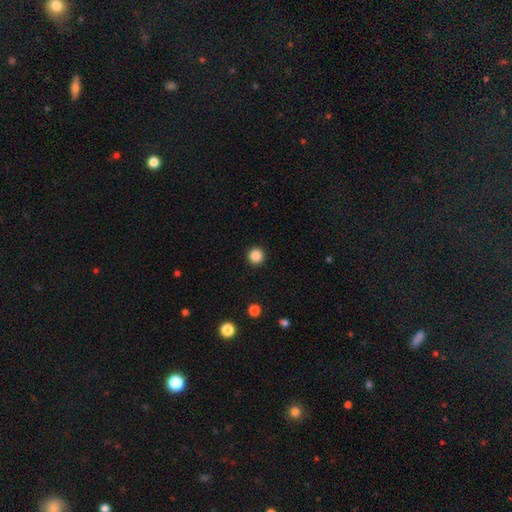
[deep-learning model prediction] This appears to be a smooth galaxy with no disk features (87%) that is round (96%). Merging: none (93%).